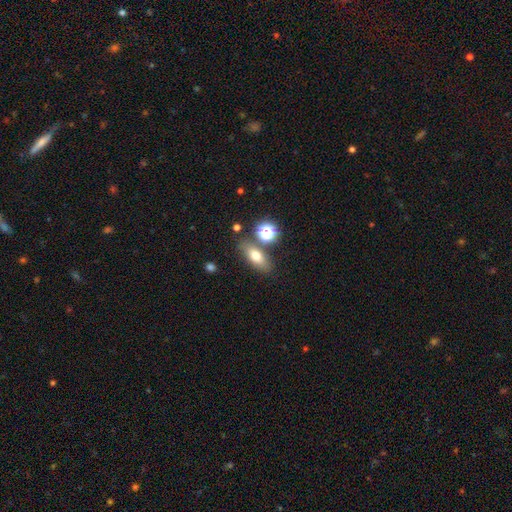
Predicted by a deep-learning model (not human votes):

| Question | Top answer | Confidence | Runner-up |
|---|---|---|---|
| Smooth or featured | smooth | 68% | featured or disk (20%) |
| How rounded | in between | 71% | cigar-shaped (16%) |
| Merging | none | 73% | minor disturbance (12%) |